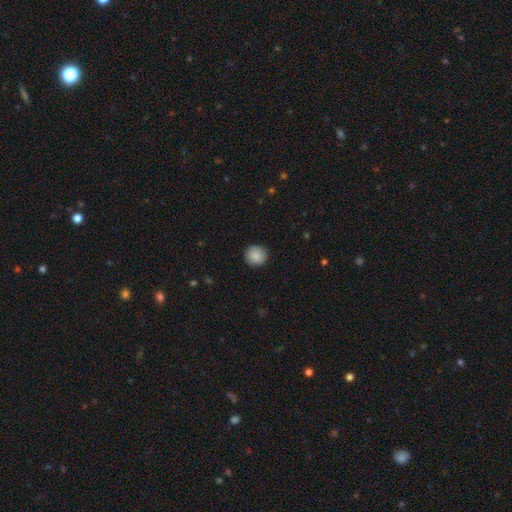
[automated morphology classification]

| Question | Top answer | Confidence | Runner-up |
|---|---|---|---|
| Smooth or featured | smooth | 88% | star or artifact (7%) |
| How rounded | round | 93% | in between (6%) |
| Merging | none | 90% | minor disturbance (8%) |